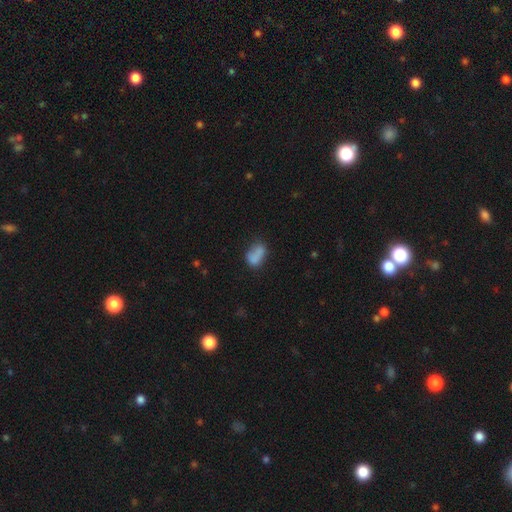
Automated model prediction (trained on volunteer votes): A smooth galaxy with no disk features (76%) that is in between round and cigar-shaped (85%). Merging: none (45%).